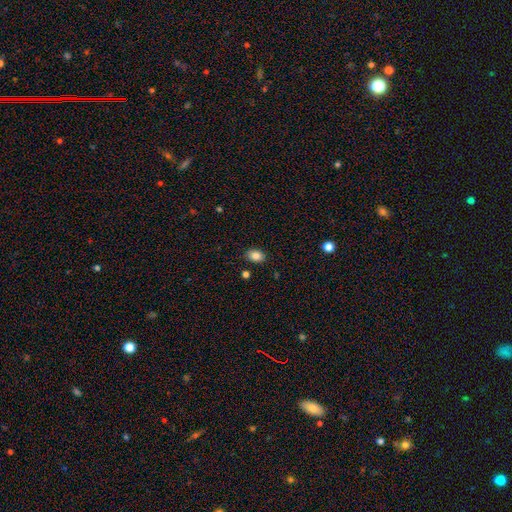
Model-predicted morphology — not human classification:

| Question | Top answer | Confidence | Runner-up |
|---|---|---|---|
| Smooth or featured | smooth | 86% | star or artifact (9%) |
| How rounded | in between | 76% | round (23%) |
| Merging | none | 86% | minor disturbance (10%) |